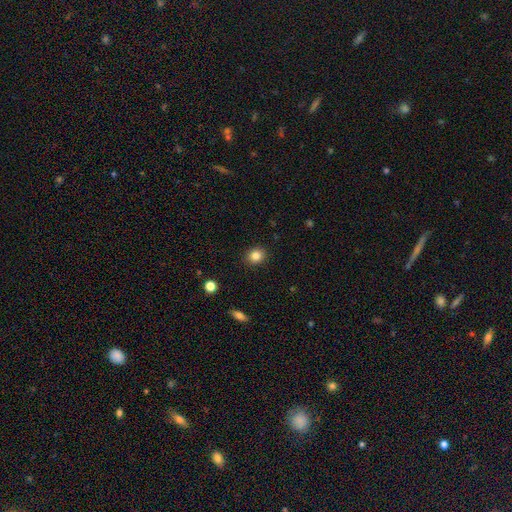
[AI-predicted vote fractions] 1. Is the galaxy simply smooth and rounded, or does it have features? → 84% smooth, 11% star or artifact, 5% featured or disk.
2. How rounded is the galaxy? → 71% round, 28% in between, 1% cigar-shaped.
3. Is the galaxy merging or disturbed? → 90% none, 7% minor disturbance, 2% major disturbance, 1% merger.